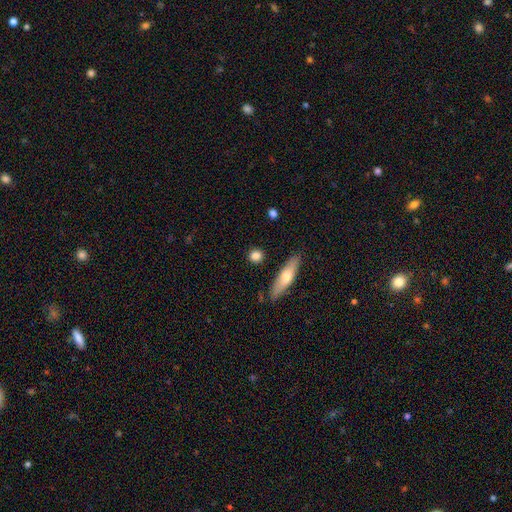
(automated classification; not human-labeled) Smooth or featured: smooth — 81% (featured or disk — 11%)
How rounded: round — 72% (in between — 17%)
Merging: none — 86% (minor disturbance — 8%)